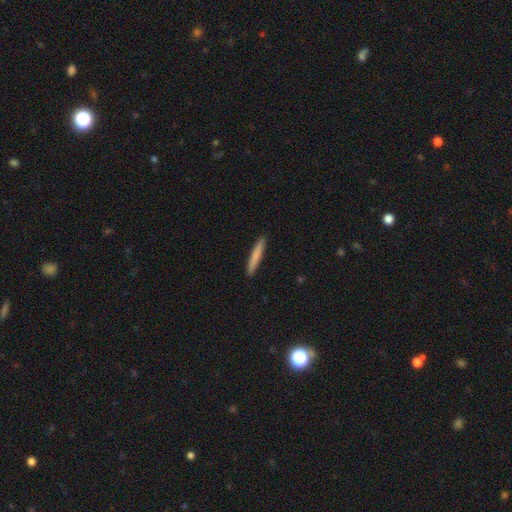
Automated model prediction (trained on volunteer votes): Overall: smooth (79%). How rounded: cigar-shaped (96%). Merging: none (92%).